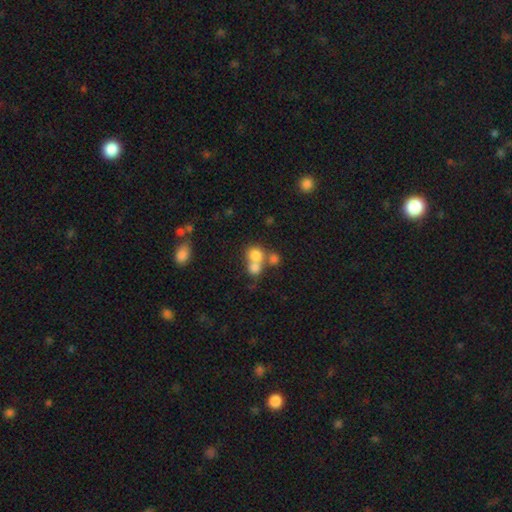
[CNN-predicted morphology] Smooth or featured: smooth — 73% (featured or disk — 14%)
How rounded: round — 79% (in between — 20%)
Merging: merger — 56% (none — 34%)